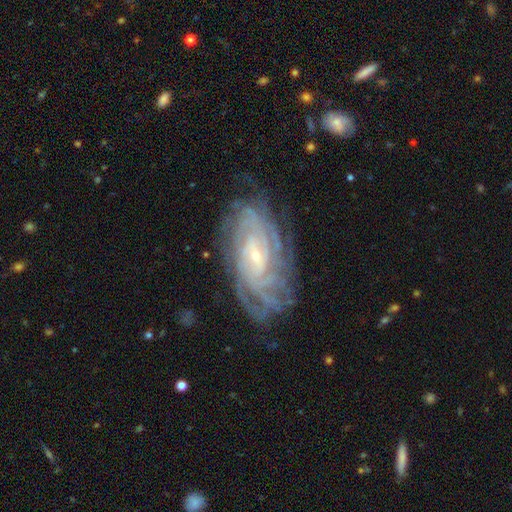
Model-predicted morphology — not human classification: The model was most divided on "bar": no: 47%, weak: 38%, strong: 14%. Remaining: spiral arms — yes (97%); edge-on disk — no (95%); smooth or featured — featured or disk (87%); spiral winding — tight (81%); bulge size — small (80%); merging — none (76%); spiral arm count — can't tell (34%).